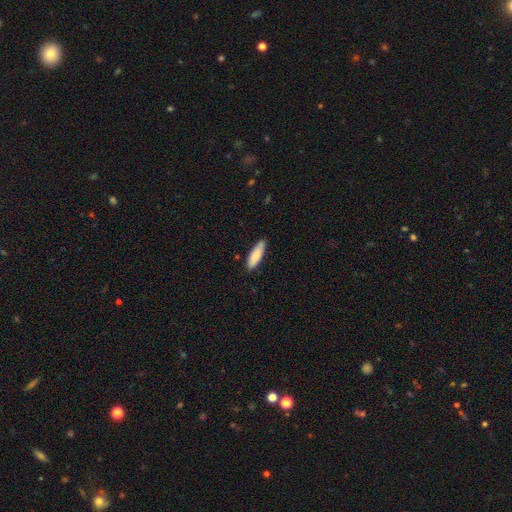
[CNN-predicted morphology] A smooth galaxy with no disk features (82%) that is cigar-shaped (51%).

Vote fractions:
- Smooth or featured? smooth: 82% / featured or disk: 12% / star or artifact: 5%
- How rounded? cigar-shaped: 51% / in between: 47% / round: 2%
- Merging? none: 84% / minor disturbance: 13% / major disturbance: 2% / merger: 1%